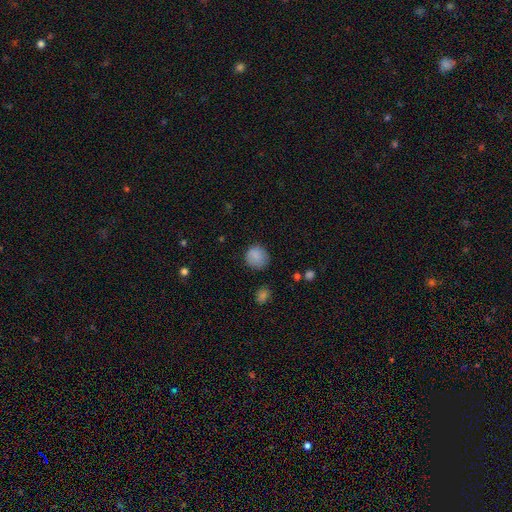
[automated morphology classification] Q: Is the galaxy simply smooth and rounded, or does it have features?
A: smooth — 86%.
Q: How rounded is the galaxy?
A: round — 88%.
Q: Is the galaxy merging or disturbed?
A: none — 79%.